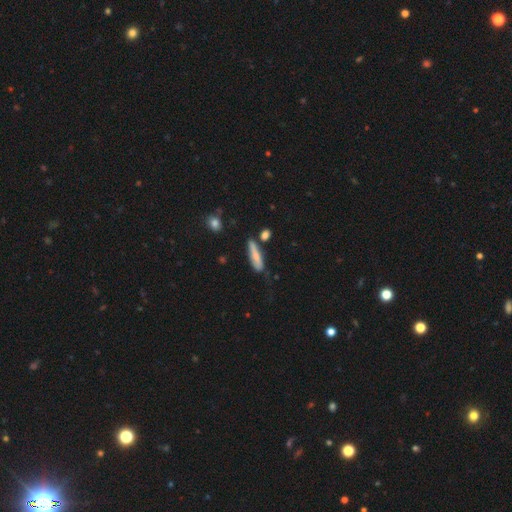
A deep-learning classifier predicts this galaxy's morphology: Smooth or featured?
  - smooth: 64% *
  - featured or disk: 29%
  - star or artifact: 7%
How rounded?
  - cigar-shaped: 67% *
  - in between: 30%
  - round: 2%
Merging?
  - none: 59% *
  - minor disturbance: 25%
  - merger: 8%
  - major disturbance: 7%